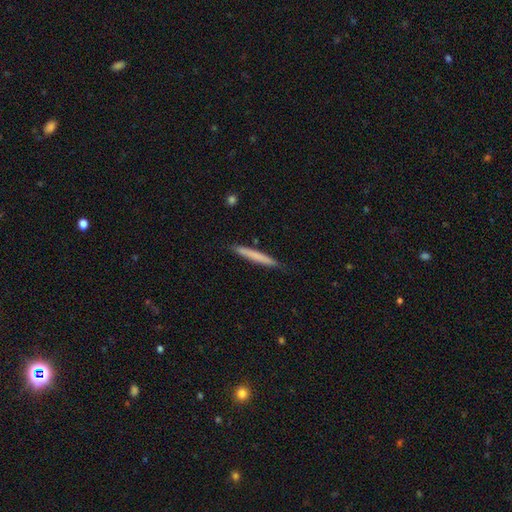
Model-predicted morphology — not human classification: Smooth or featured?
  - smooth: 69% *
  - featured or disk: 25%
  - star or artifact: 6%
How rounded?
  - cigar-shaped: 97% *
  - in between: 2%
  - round: 1%
Merging?
  - none: 88% *
  - minor disturbance: 9%
  - major disturbance: 2%
  - merger: 1%